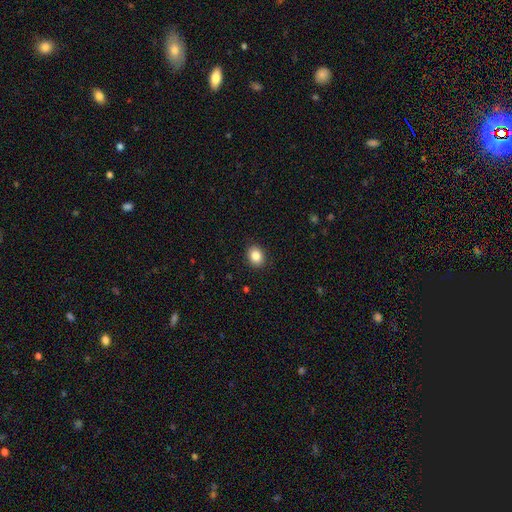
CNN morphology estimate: This is clearly a smooth galaxy (86%). How rounded: possibly round (51%). Merging: clearly none (90%).